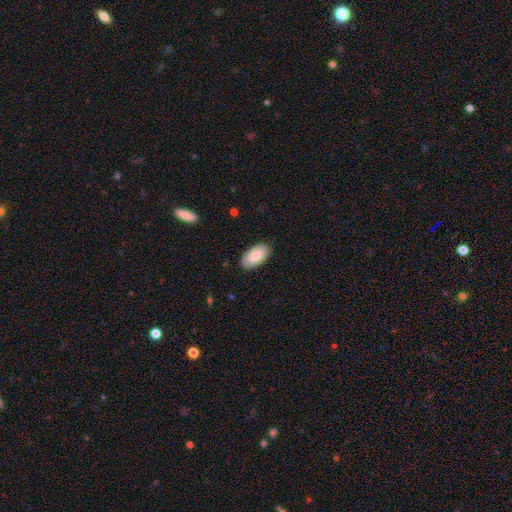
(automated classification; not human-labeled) Morphology: type=smooth (85%); roundness=in between (96%); merging=none (87%).